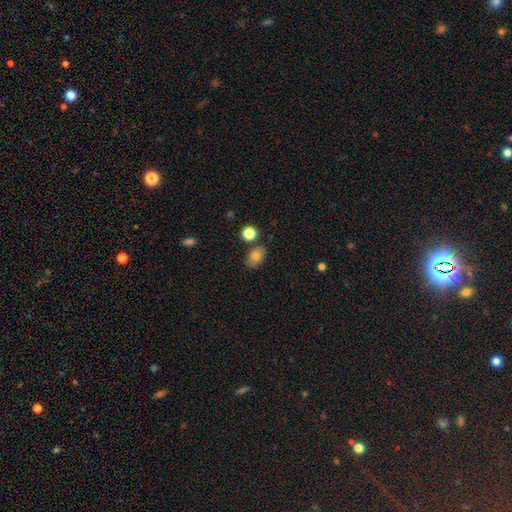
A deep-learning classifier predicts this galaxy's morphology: Overall: smooth (78%). How rounded: in between (81%). Merging: none (75%).